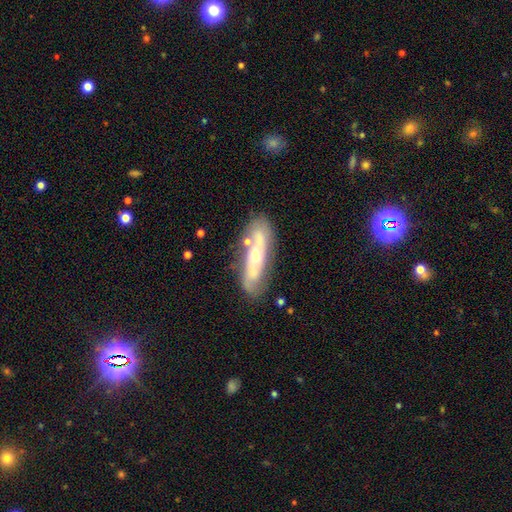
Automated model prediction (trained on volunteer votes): A featured or disk galaxy (69%).

Vote fractions:
- Smooth or featured? featured or disk: 69% / smooth: 24% / star or artifact: 7%
- Edge-on disk? no: 71% / yes: 29%
- Merging? none: 70% / minor disturbance: 17% / merger: 8% / major disturbance: 6%